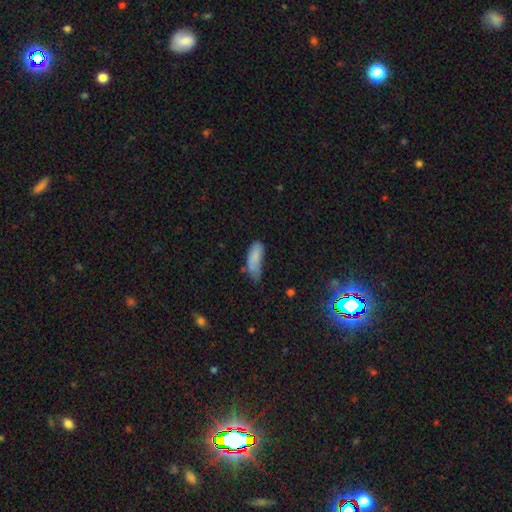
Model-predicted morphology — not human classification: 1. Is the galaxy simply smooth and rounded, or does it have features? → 81% smooth, 11% featured or disk, 9% star or artifact.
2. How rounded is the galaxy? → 66% in between, 32% cigar-shaped, 2% round.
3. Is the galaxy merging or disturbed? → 41% minor disturbance, 37% none, 16% major disturbance, 6% merger.